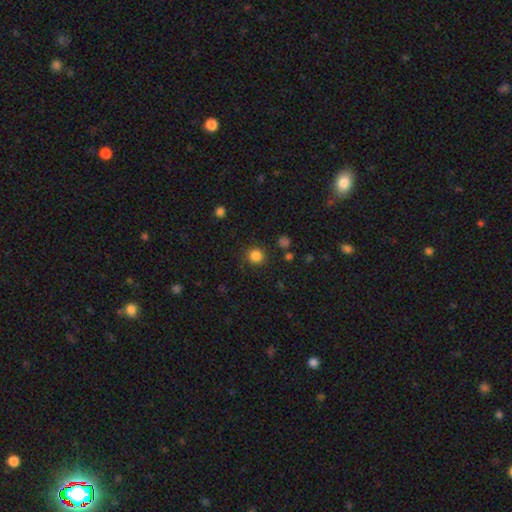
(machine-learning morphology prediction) smooth_or_featured: smooth (p=0.84) [alt: star or artifact p=0.12]
how_rounded: round (p=0.91) [alt: in between p=0.08]
merging: none (p=0.89) [alt: minor disturbance p=0.06]